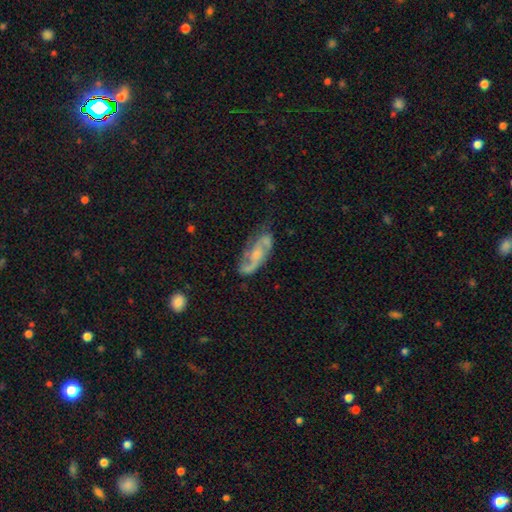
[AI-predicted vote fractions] Q: Smooth or featured?
A: featured or disk (75%); runner-up: smooth (18%)
Q: Edge-on disk?
A: no (92%); runner-up: yes (8%)
Q: Bar?
A: no (57%); runner-up: weak (34%)
Q: Spiral arms?
A: yes (90%); runner-up: no (10%)
Q: Spiral winding?
A: medium (48%); runner-up: loose (32%)
Q: Spiral arm count?
A: 2 (79%); runner-up: can't tell (10%)
Q: Bulge size?
A: small (43%); runner-up: moderate (33%)
Q: Merging?
A: none (59%); runner-up: minor disturbance (24%)